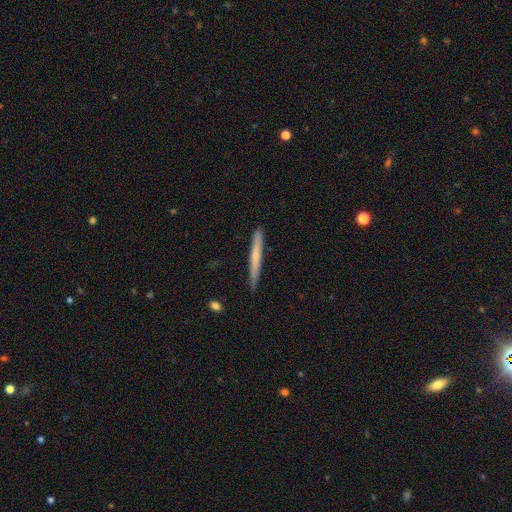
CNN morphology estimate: The model was most divided on "smooth or featured": smooth: 57%, featured or disk: 38%, star or artifact: 5%. More confident: how rounded — cigar-shaped (97%); merging — none (89%).